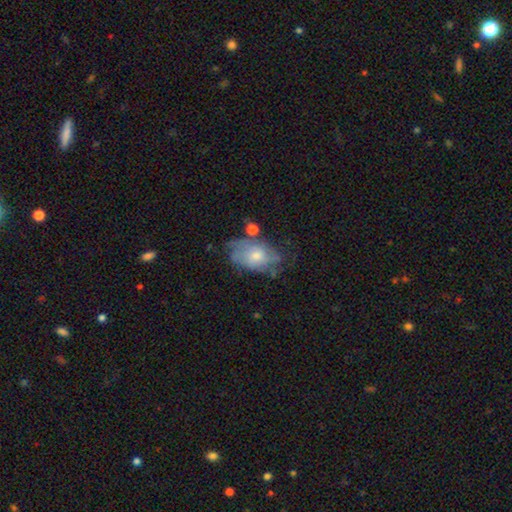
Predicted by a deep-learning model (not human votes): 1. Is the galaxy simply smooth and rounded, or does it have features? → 46% featured or disk, 45% smooth, 8% star or artifact.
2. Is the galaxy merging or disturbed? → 44% none, 30% minor disturbance, 18% major disturbance, 8% merger.